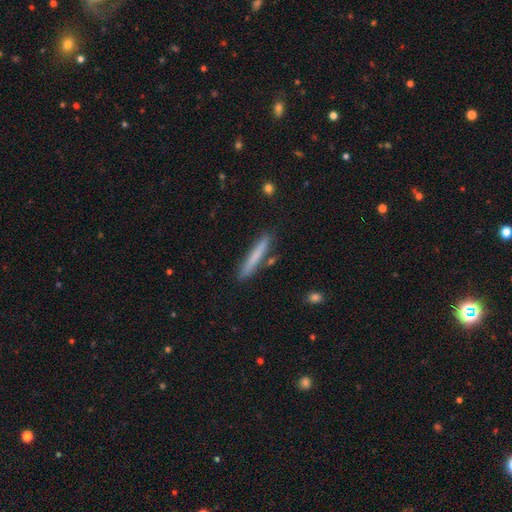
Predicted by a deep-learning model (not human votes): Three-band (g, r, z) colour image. It shows a smooth galaxy with no disk features (73%) that is cigar-shaped (95%). Merging: none (86%).